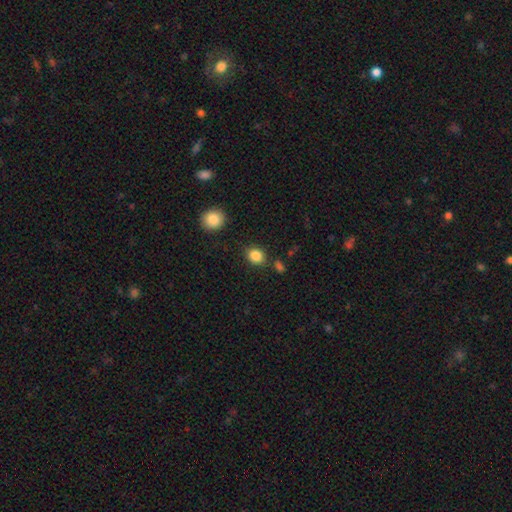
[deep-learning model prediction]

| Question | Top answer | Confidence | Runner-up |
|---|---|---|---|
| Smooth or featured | smooth | 86% | star or artifact (10%) |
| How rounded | round | 65% | in between (34%) |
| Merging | none | 84% | minor disturbance (9%) |